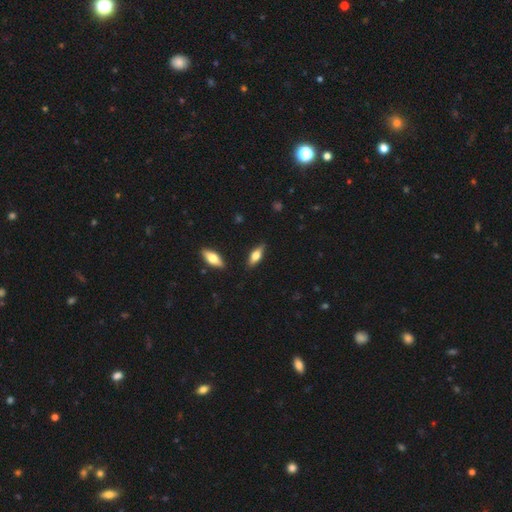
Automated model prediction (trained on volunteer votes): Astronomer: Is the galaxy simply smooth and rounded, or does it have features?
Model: smooth — 56% (runner-up: featured or disk, 37%).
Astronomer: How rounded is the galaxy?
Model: in between — 63%.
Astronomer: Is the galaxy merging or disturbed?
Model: none — 83%.